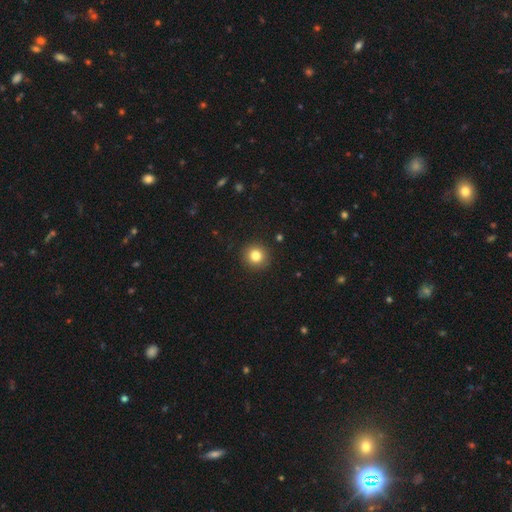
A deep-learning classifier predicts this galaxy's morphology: Smooth or featured?
  - smooth: 83% *
  - star or artifact: 11%
  - featured or disk: 6%
How rounded?
  - round: 94% *
  - in between: 5%
  - cigar-shaped: 1%
Merging?
  - none: 92% *
  - minor disturbance: 5%
  - major disturbance: 2%
  - merger: 1%